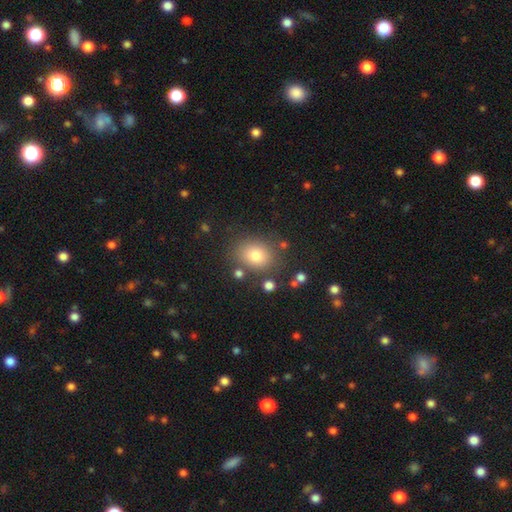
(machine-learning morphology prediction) smooth_or_featured: smooth (p=0.77) [alt: star or artifact p=0.13]
how_rounded: round (p=0.56) [alt: in between p=0.43]
merging: none (p=0.79) [alt: minor disturbance p=0.11]